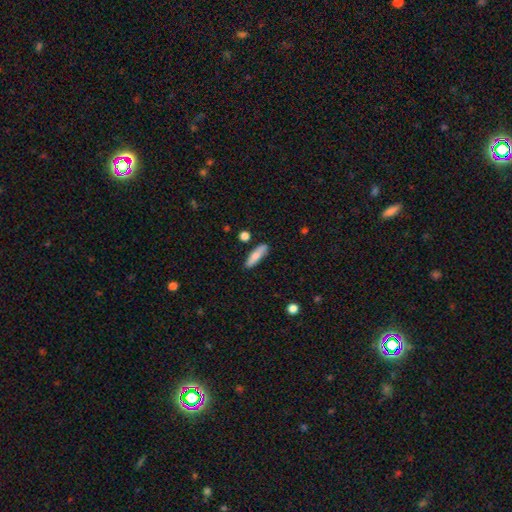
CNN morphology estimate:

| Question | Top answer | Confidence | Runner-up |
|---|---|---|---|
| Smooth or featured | smooth | 74% | featured or disk (19%) |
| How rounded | cigar-shaped | 66% | in between (31%) |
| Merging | none | 83% | minor disturbance (12%) |